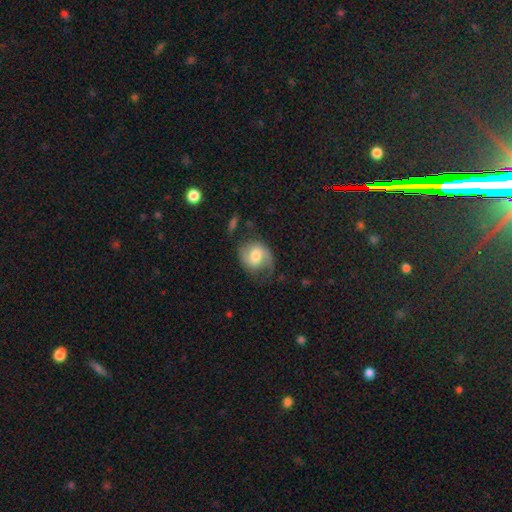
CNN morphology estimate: The model was most divided on "bar": no: 47%, weak: 43%, strong: 11%. More confident: edge-on disk — no (97%); spiral arms — yes (85%); bulge size — moderate (64%); smooth or featured — featured or disk (52%); merging — none (52%).